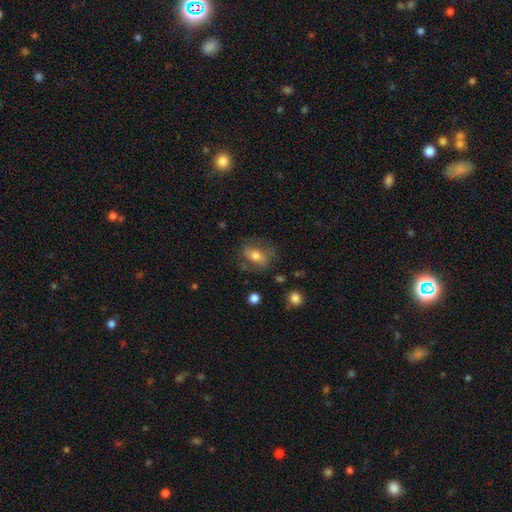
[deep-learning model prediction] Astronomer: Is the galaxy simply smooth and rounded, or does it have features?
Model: smooth — 54% (runner-up: featured or disk, 35%).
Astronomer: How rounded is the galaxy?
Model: in between — 70%.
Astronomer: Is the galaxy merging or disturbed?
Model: none — 65%.